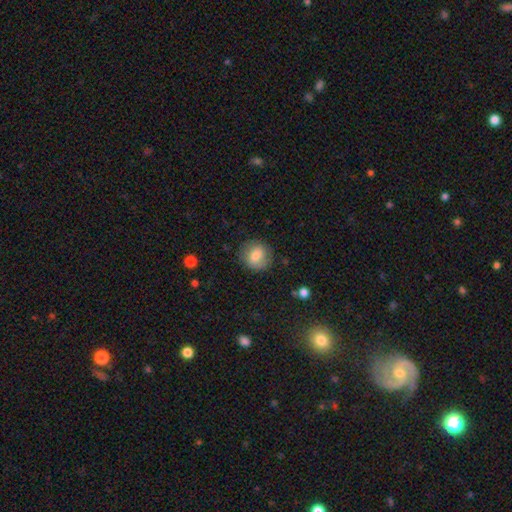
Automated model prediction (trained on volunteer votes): This appears to be a smooth galaxy with no disk features (79%) that is round (84%). Merging: none (82%).